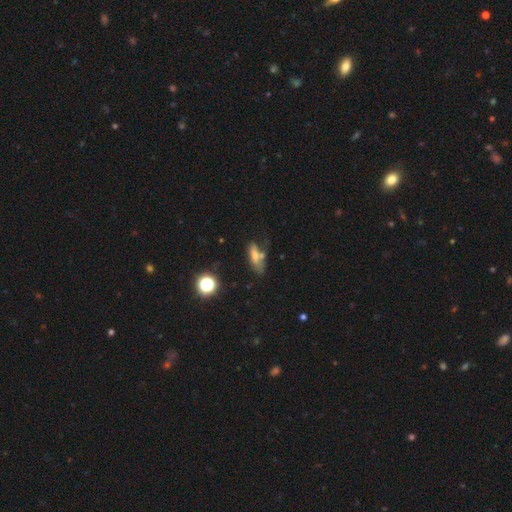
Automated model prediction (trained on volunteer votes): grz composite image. It shows a smooth galaxy with no disk features (61%) that is in between round and cigar-shaped (58%). Merging: none (41%).